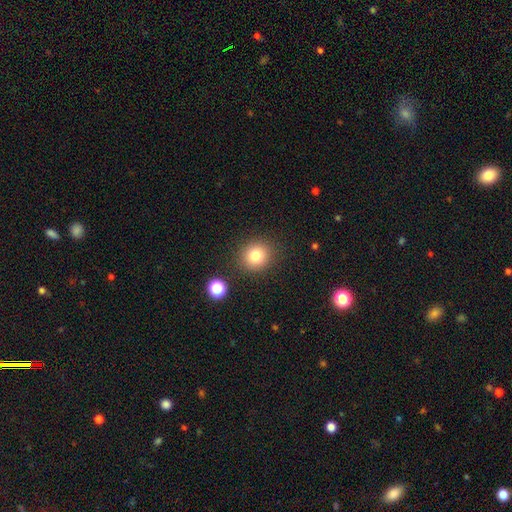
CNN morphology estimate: Smooth or featured?
  - smooth: 80% *
  - star or artifact: 13%
  - featured or disk: 7%
How rounded?
  - round: 84% *
  - in between: 15%
  - cigar-shaped: 1%
Merging?
  - none: 87% *
  - minor disturbance: 8%
  - merger: 3%
  - major disturbance: 3%